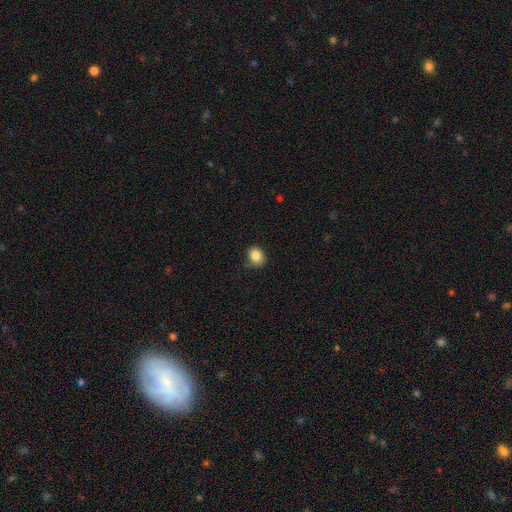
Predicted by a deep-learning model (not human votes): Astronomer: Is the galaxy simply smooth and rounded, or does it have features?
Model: smooth — 85%.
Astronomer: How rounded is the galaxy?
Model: round — 59% (runner-up: in between, 40%).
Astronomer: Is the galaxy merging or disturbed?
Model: none — 75%.